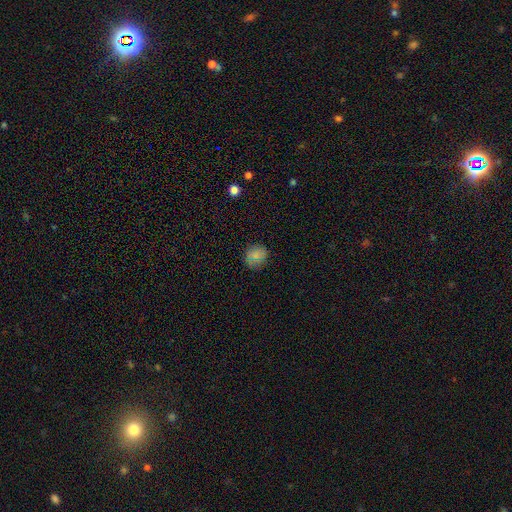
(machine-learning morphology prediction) Overall: smooth (78%). How rounded: round (77%). Merging: none (82%).